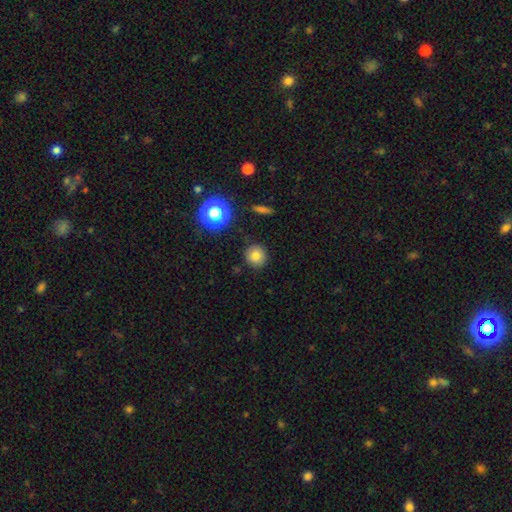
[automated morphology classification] Q: Smooth or featured?
A: smooth (78%); runner-up: star or artifact (14%)
Q: How rounded?
A: round (92%); runner-up: in between (7%)
Q: Merging?
A: none (88%); runner-up: minor disturbance (8%)